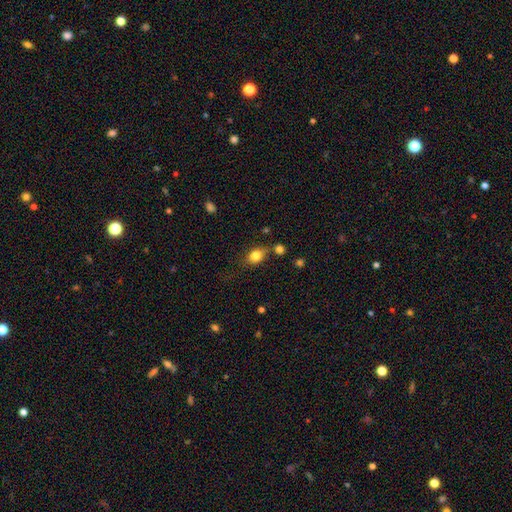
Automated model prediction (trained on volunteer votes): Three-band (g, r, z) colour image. It shows a smooth galaxy with no disk features (82%) that is in between round and cigar-shaped (58%). Merging: none (64%).